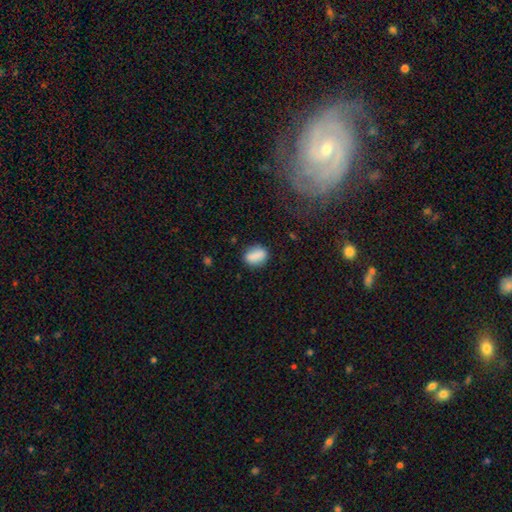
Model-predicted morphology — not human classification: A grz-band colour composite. It shows a smooth galaxy with no disk features (84%) that is in between round and cigar-shaped (66%). Merging: none (80%).